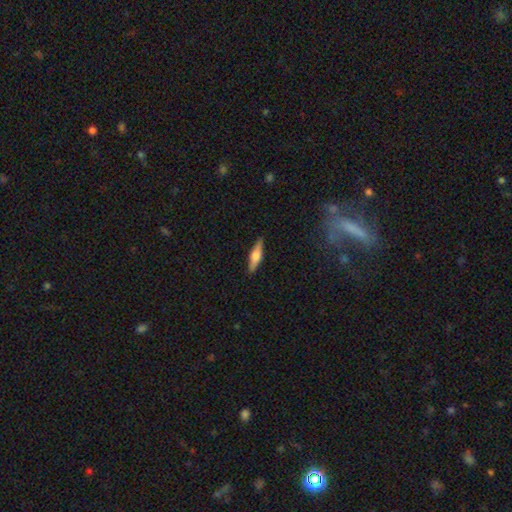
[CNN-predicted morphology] Smooth or featured: featured or disk — 47% (tied with smooth — 47%)
Merging: none — 89% (minor disturbance — 8%)